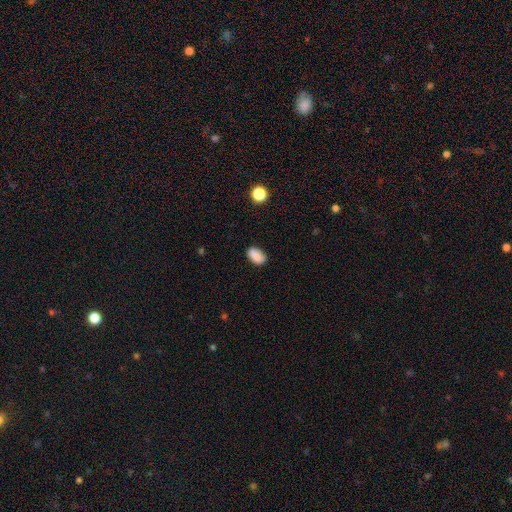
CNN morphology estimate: type=smooth (86%); roundness=in between (90%); merging=none (82%).